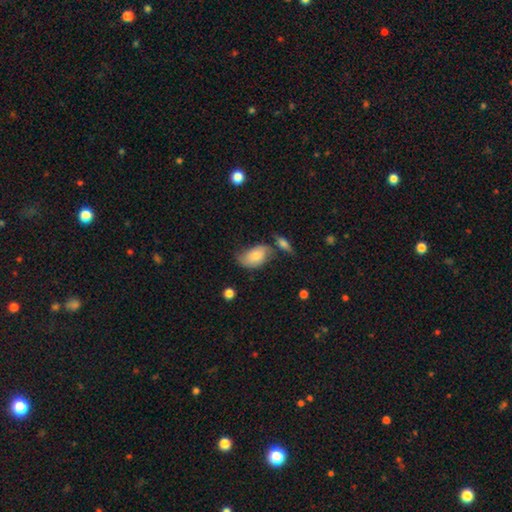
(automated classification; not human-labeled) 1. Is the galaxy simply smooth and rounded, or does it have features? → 67% smooth, 26% featured or disk, 7% star or artifact.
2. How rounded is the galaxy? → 91% in between, 7% round, 2% cigar-shaped.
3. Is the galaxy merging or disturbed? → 43% none, 28% minor disturbance, 16% merger, 13% major disturbance.